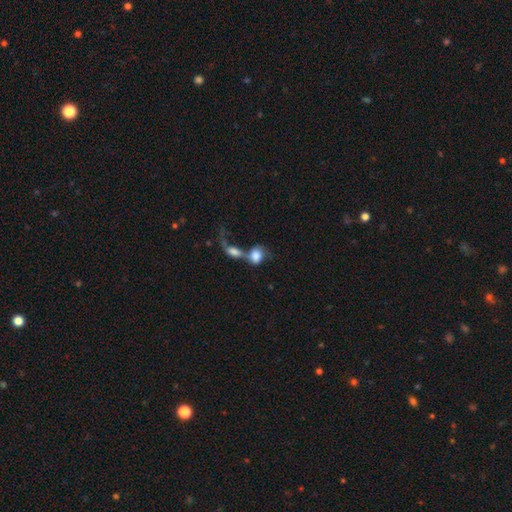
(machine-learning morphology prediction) Overall: smooth (66%). How rounded: in between (58%; round 39%). Merging: merger (73%).